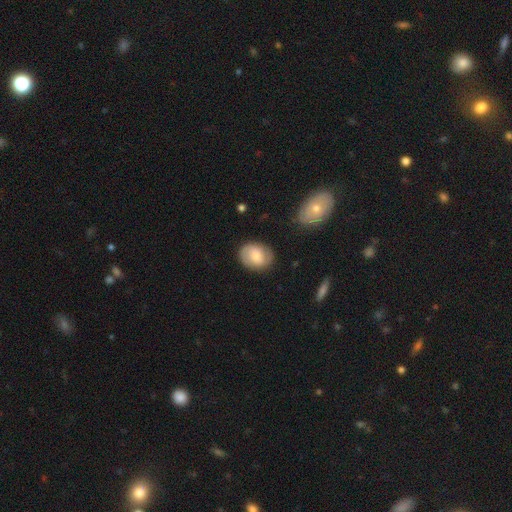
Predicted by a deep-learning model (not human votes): A smooth galaxy with no disk features (59%) that is in between round and cigar-shaped (53%).

Vote fractions:
- Smooth or featured? smooth: 59% / featured or disk: 34% / star or artifact: 7%
- How rounded? in between: 53% / round: 46% / cigar-shaped: 1%
- Merging? none: 80% / minor disturbance: 15% / major disturbance: 4% / merger: 2%